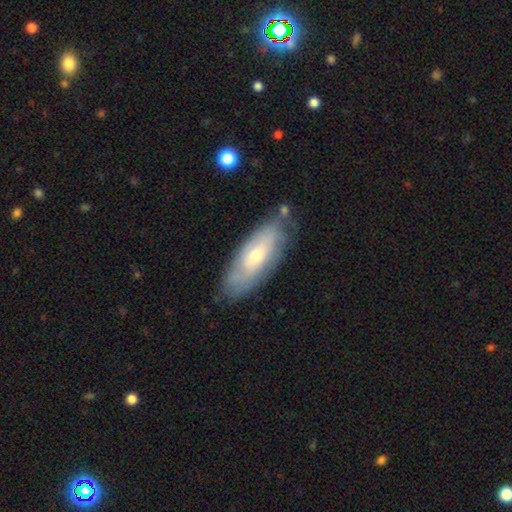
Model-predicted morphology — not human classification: The model was most divided on "smooth or featured": smooth: 48%, featured or disk: 46%, star or artifact: 7%. More confident: merging — none (73%).